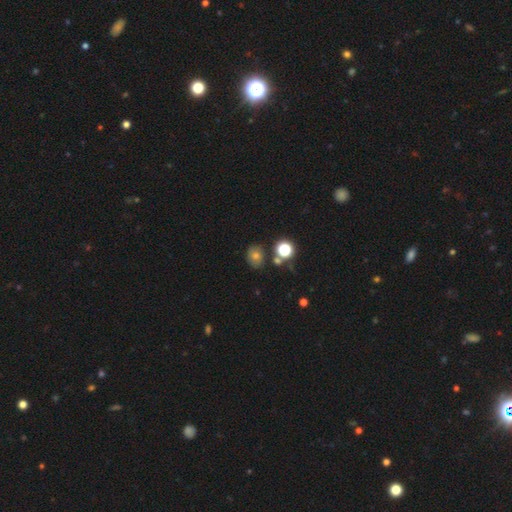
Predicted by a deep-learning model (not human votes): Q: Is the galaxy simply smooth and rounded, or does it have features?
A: smooth — 66%.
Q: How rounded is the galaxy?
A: round — 64%.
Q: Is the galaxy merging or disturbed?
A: none — 74%.